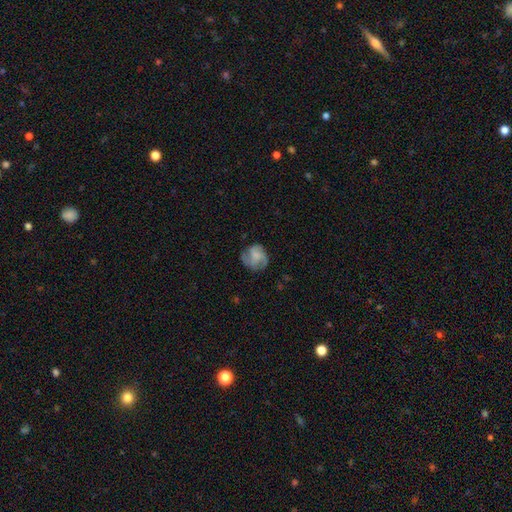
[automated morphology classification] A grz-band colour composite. It shows a featured or disk galaxy (57%) with no bar (66%), spiral arms (87%) and no central bulge (42%). Merging: none (69%).